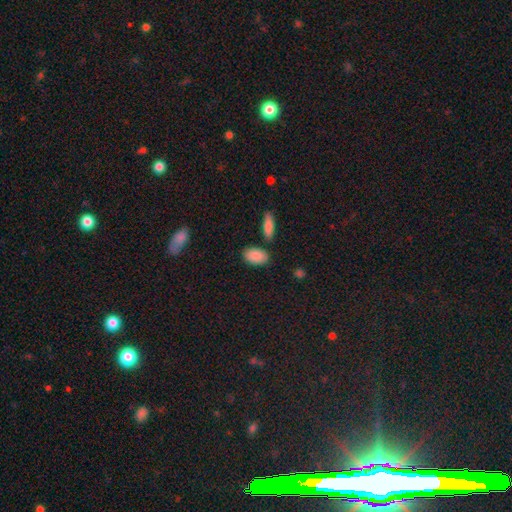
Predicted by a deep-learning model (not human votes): Morphology: type=smooth (89%); roundness=in between (92%); merging=none (80%).